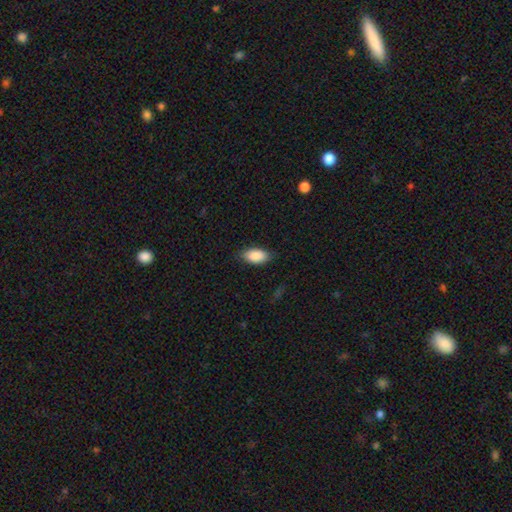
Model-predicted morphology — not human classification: smooth-or-featured: smooth: 89% | star or artifact: 6% | featured or disk: 5%
  how-rounded: in between: 93% | cigar-shaped: 4% | round: 3%
  merging: none: 83% | minor disturbance: 14% | major disturbance: 3% | merger: 1%